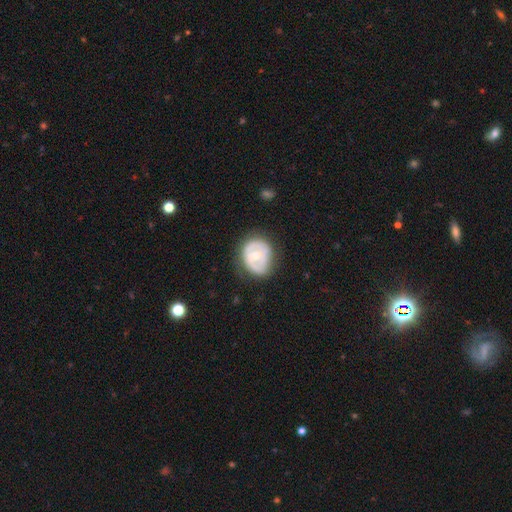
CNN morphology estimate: This is possibly a featured or disk galaxy (55%). It is clearly not viewed edge-on (95%). Bar: likely no (75%). Spiral arm pattern: likely no (72%). Central bulge: likely moderate (71%). Merging: possibly none (57%).